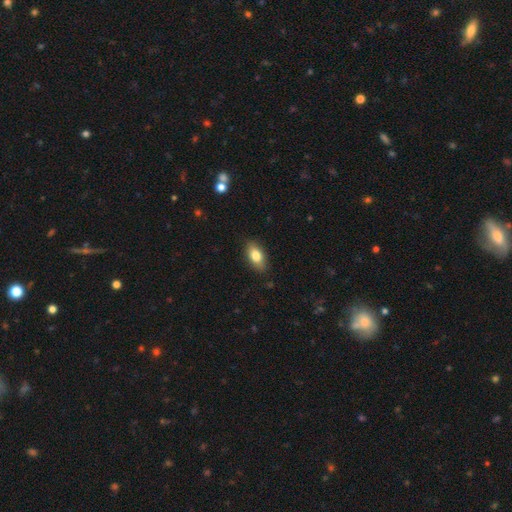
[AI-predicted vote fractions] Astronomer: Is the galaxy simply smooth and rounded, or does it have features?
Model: smooth — 79%.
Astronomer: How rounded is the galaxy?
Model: in between — 88%.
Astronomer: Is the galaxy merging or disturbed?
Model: none — 87%.